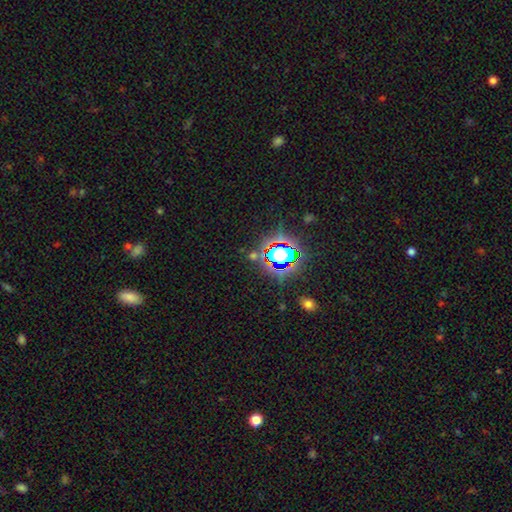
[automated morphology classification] The model was most divided on "smooth or featured": star or artifact: 78%, smooth: 14%, featured or disk: 9%.